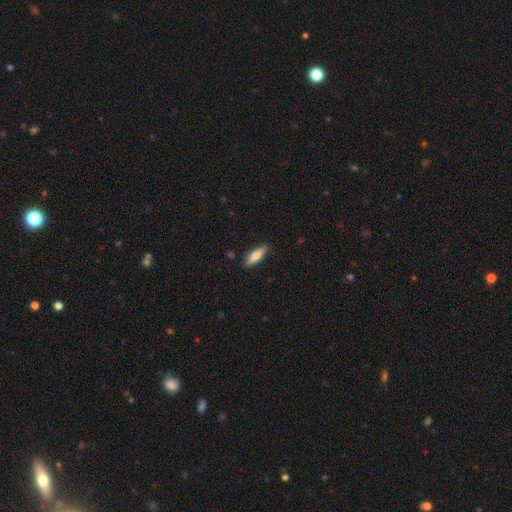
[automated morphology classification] Q: Smooth or featured?
A: smooth (79%); runner-up: featured or disk (16%)
Q: How rounded?
A: cigar-shaped (51%); runner-up: in between (47%)
Q: Merging?
A: none (86%); runner-up: minor disturbance (11%)